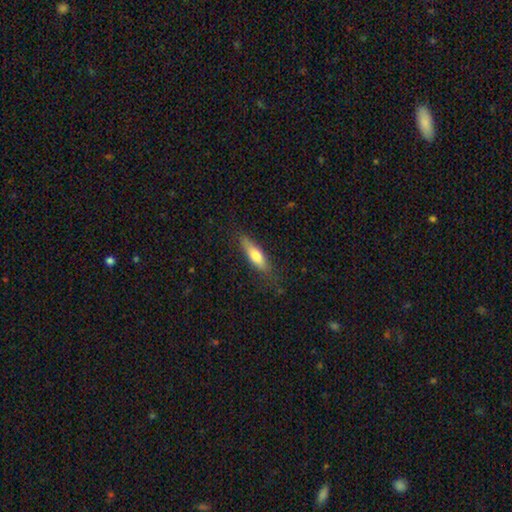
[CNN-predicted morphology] The model was most divided on "how rounded": cigar-shaped: 58%, in between: 40%, round: 2%. More confident: merging — none (78%); smooth or featured — smooth (67%).